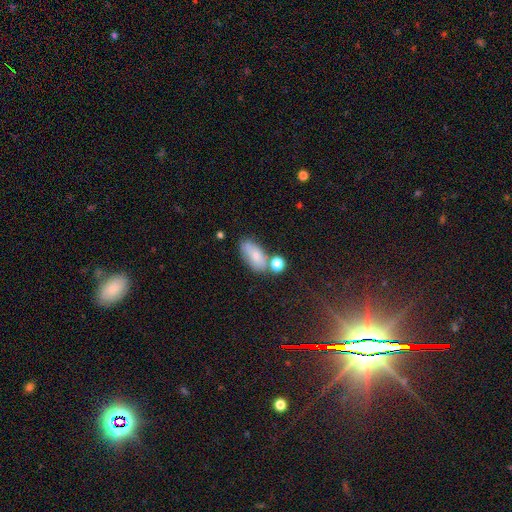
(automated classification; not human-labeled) Smooth or featured? Predicted: smooth (p=0.73). How rounded? Predicted: in between (p=0.85). Merging? Predicted: none (p=0.55).